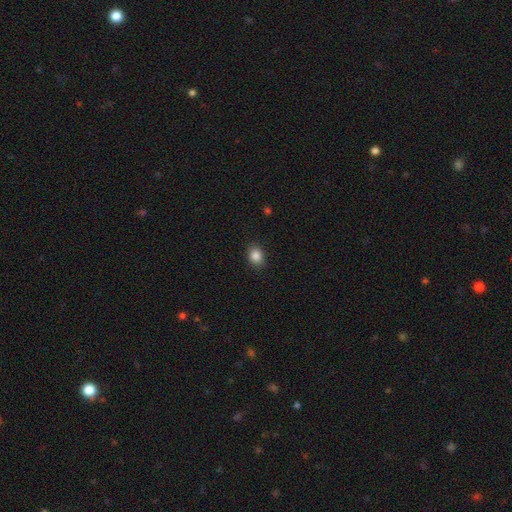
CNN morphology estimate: The model was most divided on "how rounded": round: 50%, in between: 49%, cigar-shaped: 1%. More confident: merging — none (88%); smooth or featured — smooth (86%).